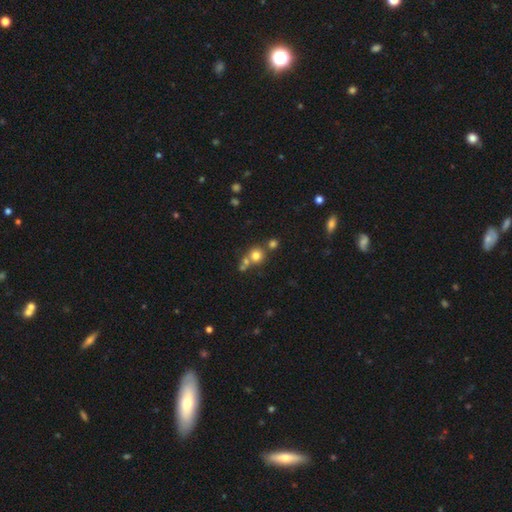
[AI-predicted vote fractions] Smooth or featured? smooth (73%)
How rounded? round (89%)
Merging? none (58%)